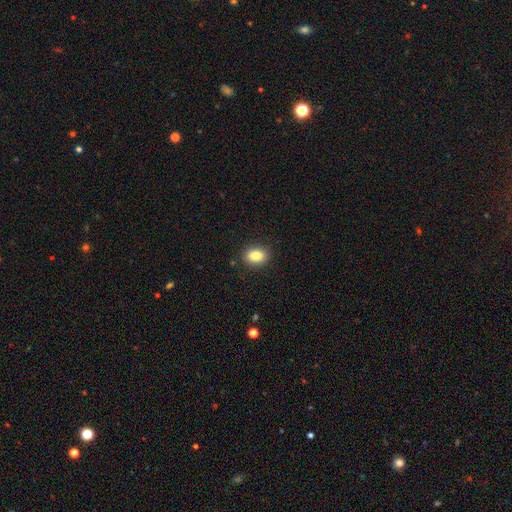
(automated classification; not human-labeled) smooth 84%, star or artifact 9%, featured or disk 7%. Down the decision tree: how rounded — in between (70%); merging — none (89%).